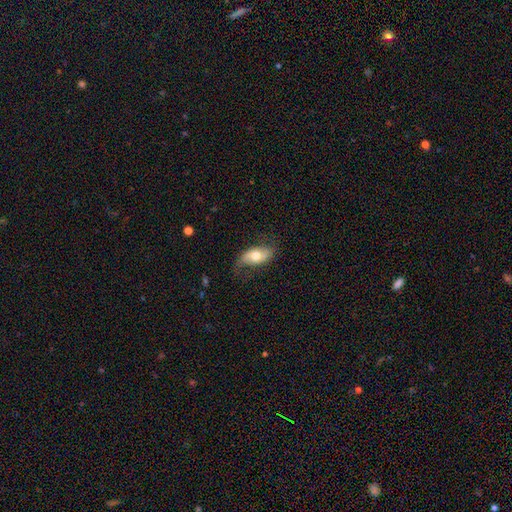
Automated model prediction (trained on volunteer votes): Morphology: type=featured or disk (48%); merging=none (65%).